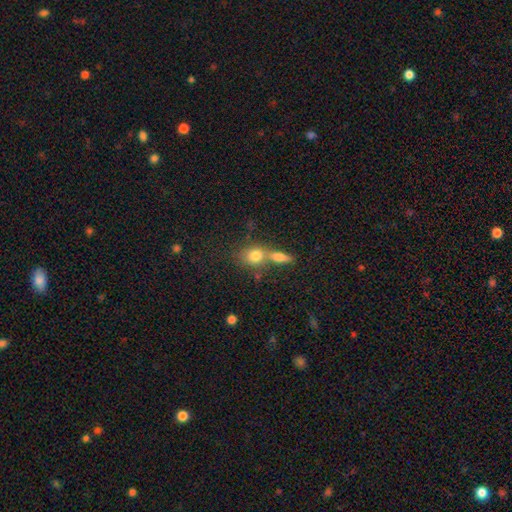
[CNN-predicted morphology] A smooth galaxy with no disk features (78%) that is round (55%).

Vote fractions:
- Smooth or featured? smooth: 78% / featured or disk: 12% / star or artifact: 9%
- How rounded? round: 55% / in between: 42% / cigar-shaped: 3%
- Merging? merger: 46% / none: 41% / minor disturbance: 9% / major disturbance: 4%